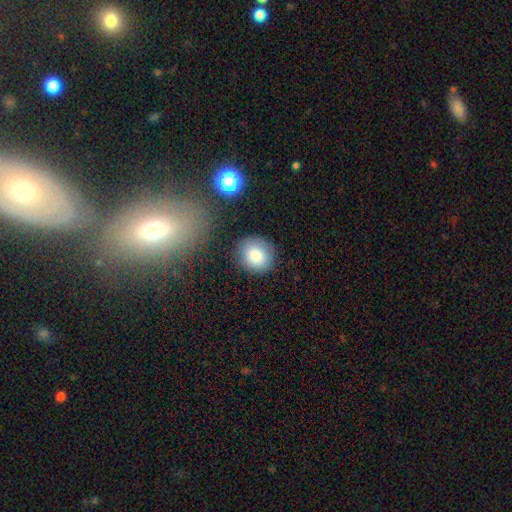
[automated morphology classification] A smooth galaxy with no disk features (83%) that is round (76%).

Vote fractions:
- Smooth or featured? smooth: 83% / star or artifact: 9% / featured or disk: 8%
- How rounded? round: 76% / in between: 23% / cigar-shaped: 1%
- Merging? none: 84% / minor disturbance: 10% / major disturbance: 3% / merger: 3%